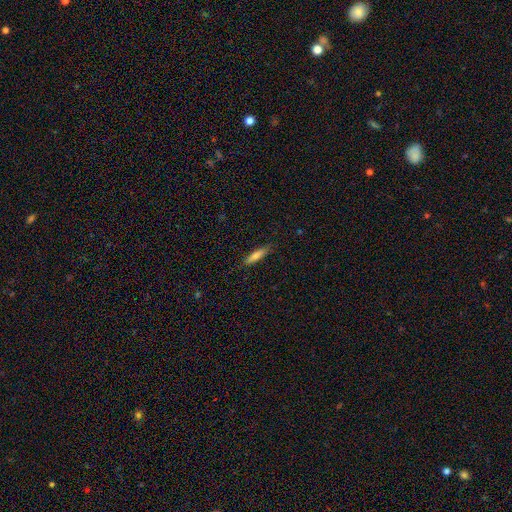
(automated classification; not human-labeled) This appears to be a smooth galaxy with no disk features (75%) that is cigar-shaped (78%). Merging: none (85%).